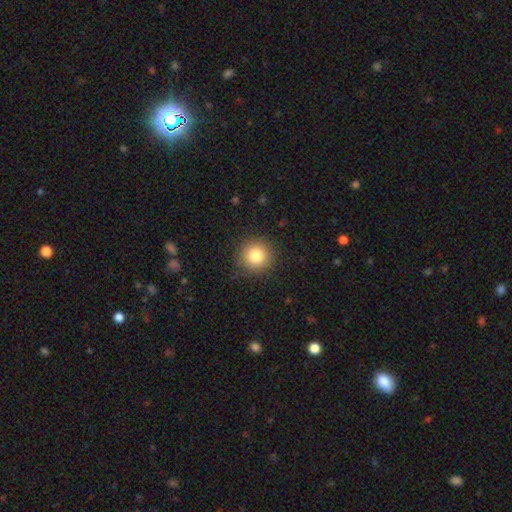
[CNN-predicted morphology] Smooth or featured?
  - smooth: 81% *
  - star or artifact: 11%
  - featured or disk: 8%
How rounded?
  - round: 95% *
  - in between: 4%
  - cigar-shaped: 1%
Merging?
  - none: 87% *
  - minor disturbance: 9%
  - major disturbance: 3%
  - merger: 1%